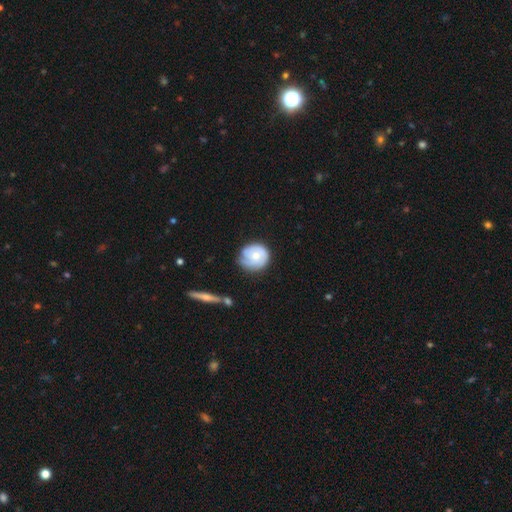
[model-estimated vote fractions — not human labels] This is possibly a featured or disk galaxy (55%). It is clearly not viewed edge-on (97%). Bar: clearly no (81%). Spiral arm pattern: clearly yes (82%). Central bulge: possibly moderate (49%). Merging: likely none (62%).